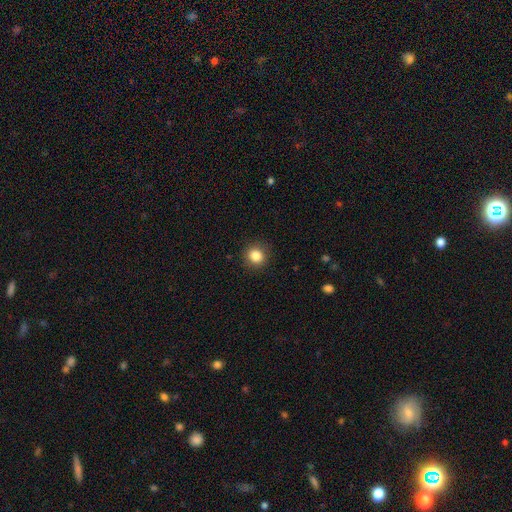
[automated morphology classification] The model was most divided on "smooth or featured": smooth: 85%, star or artifact: 10%, featured or disk: 5%. More confident: merging — none (90%); how rounded — round (89%).